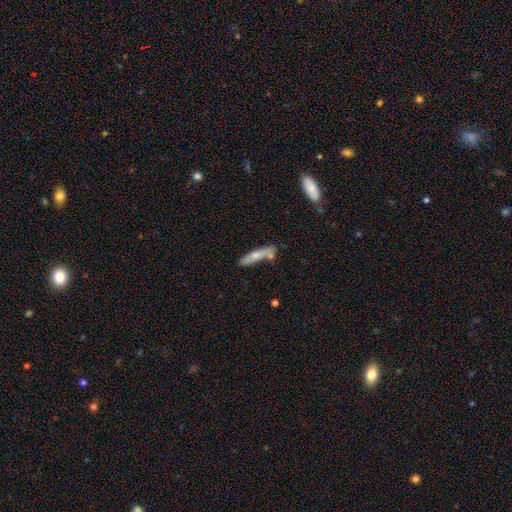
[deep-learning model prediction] smooth 61%, featured or disk 32%, star or artifact 7%. Down the decision tree: how rounded — cigar-shaped (86%); merging — none (64%).